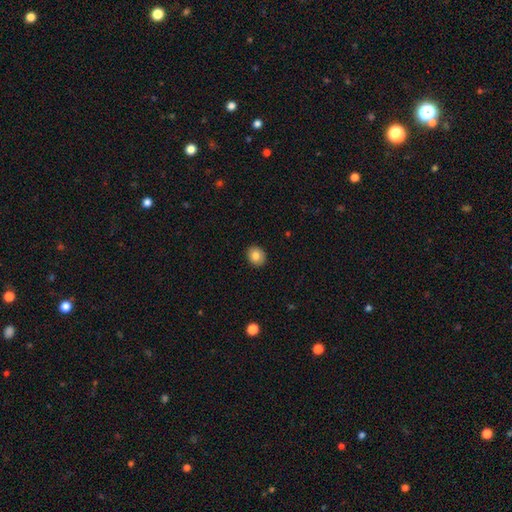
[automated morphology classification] A smooth galaxy with no disk features (83%) that is round (66%). Merging: none (90%).